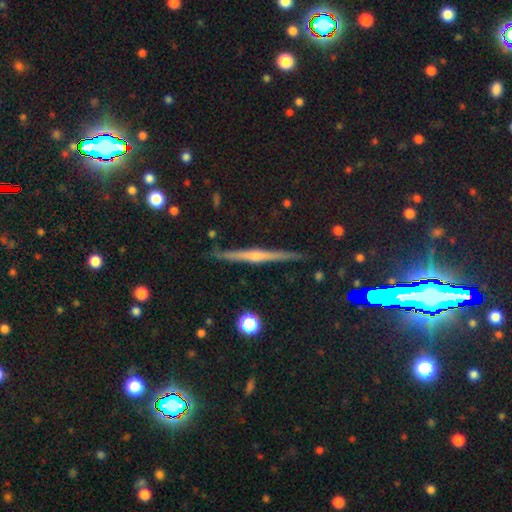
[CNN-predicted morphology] smooth_or_featured: featured or disk (p=0.69) [alt: smooth p=0.20]
disk_edge_on: yes (p=0.98) [alt: no p=0.02]
edge_on_bulge: rounded (p=0.71) [alt: none p=0.21]
merging: none (p=0.90) [alt: minor disturbance p=0.07]